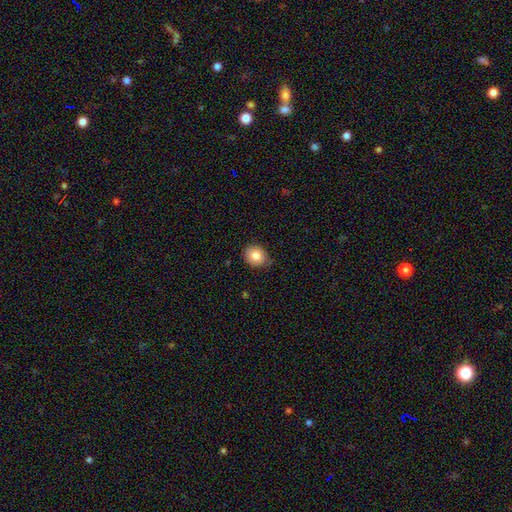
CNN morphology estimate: Overall: smooth (83%). How rounded: round (68%; in between 32%). Merging: none (78%).